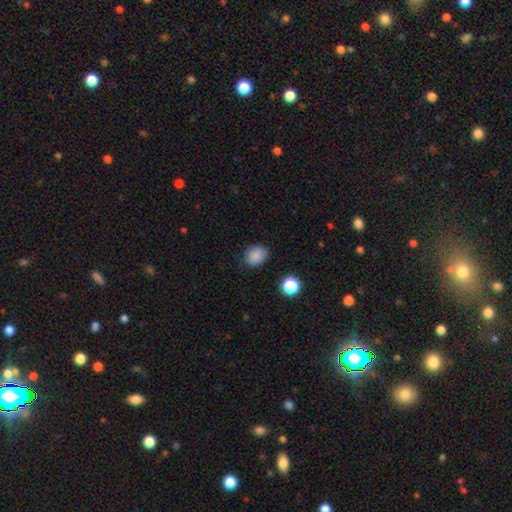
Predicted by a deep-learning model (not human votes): smooth_or_featured: smooth (p=0.86) [alt: star or artifact p=0.11]
how_rounded: in between (p=0.51) [alt: round p=0.48]
merging: none (p=0.80) [alt: minor disturbance p=0.15]